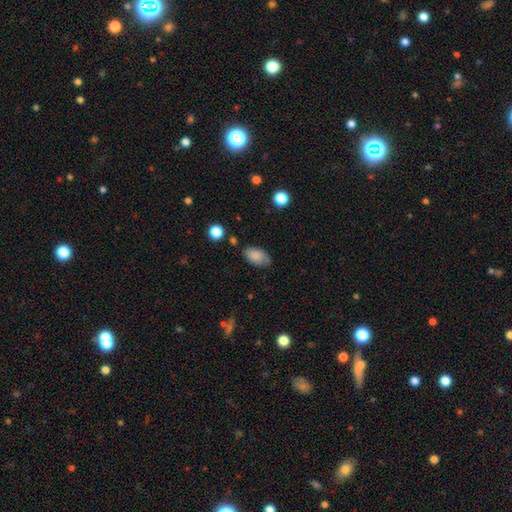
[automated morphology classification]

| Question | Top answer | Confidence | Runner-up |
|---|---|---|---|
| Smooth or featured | smooth | 84% | featured or disk (8%) |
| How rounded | in between | 93% | round (5%) |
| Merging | none | 74% | minor disturbance (19%) |